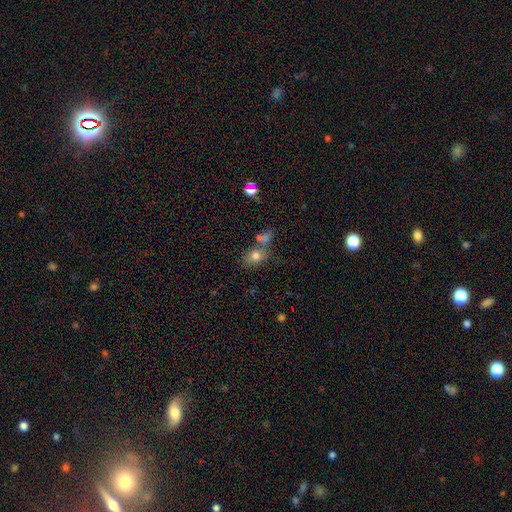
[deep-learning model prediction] Smooth or featured? smooth (74%)
How rounded? in between (64%)
Merging? none (52%)